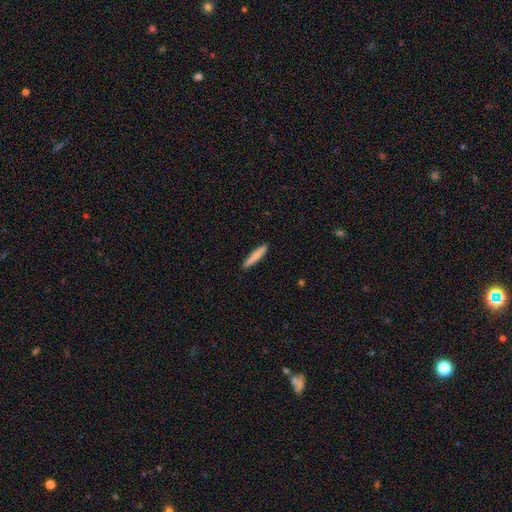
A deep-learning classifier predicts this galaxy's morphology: type=smooth (79%); roundness=cigar-shaped (93%); merging=none (90%).